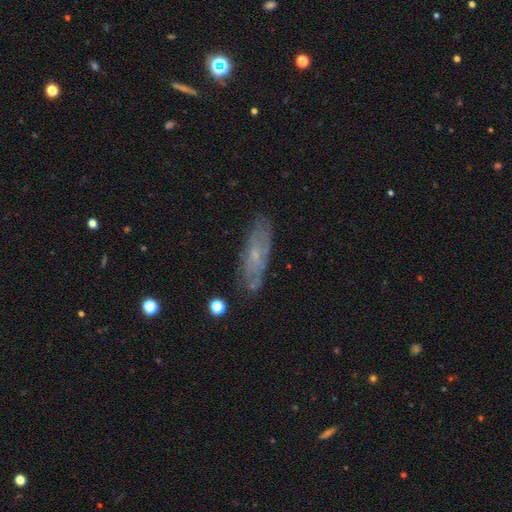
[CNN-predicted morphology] A featured or disk galaxy (54%). Merging: none (77%).